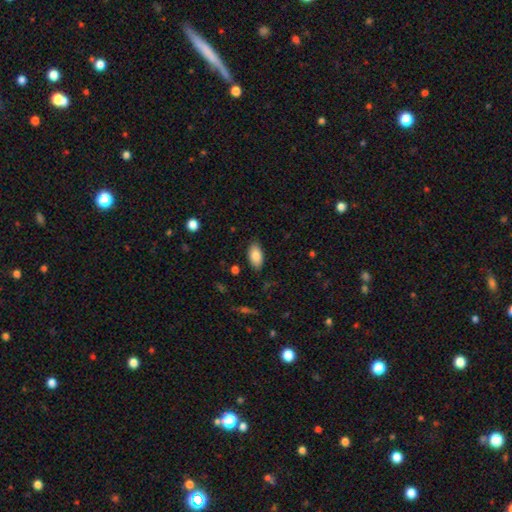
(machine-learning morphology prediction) A smooth galaxy with no disk features (85%) that is in between round and cigar-shaped (93%). Merging: none (86%).